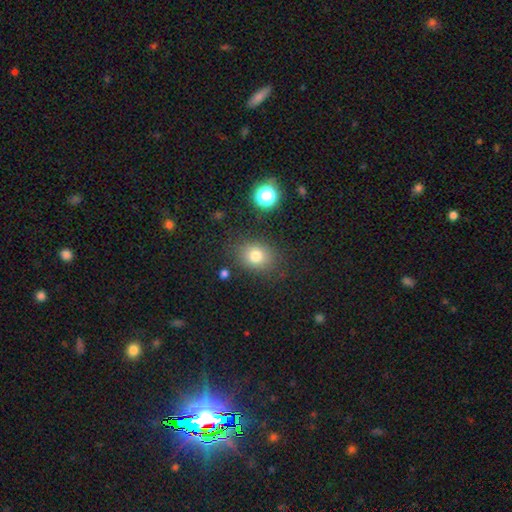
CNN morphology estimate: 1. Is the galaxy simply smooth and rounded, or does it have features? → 78% smooth, 13% star or artifact, 9% featured or disk.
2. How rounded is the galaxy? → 58% round, 41% in between, 1% cigar-shaped.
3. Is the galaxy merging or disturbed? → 82% none, 12% minor disturbance, 4% major disturbance, 3% merger.